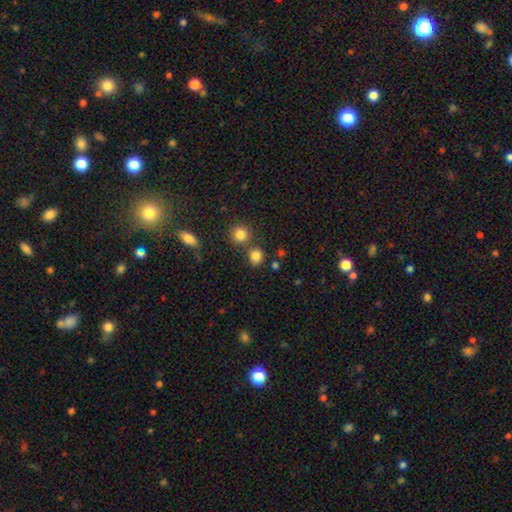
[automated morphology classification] A smooth galaxy with no disk features (82%) that is round (72%).

Vote fractions:
- Smooth or featured? smooth: 82% / star or artifact: 13% / featured or disk: 5%
- How rounded? round: 72% / in between: 26% / cigar-shaped: 1%
- Merging? none: 70% / merger: 18% / minor disturbance: 9% / major disturbance: 4%